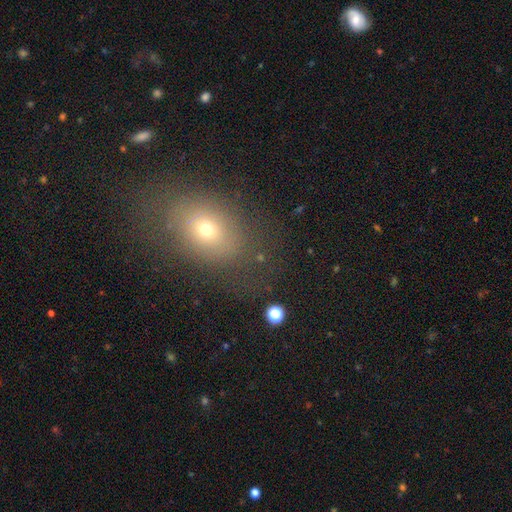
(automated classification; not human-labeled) The model was most divided on "how rounded": in between: 64%, round: 34%, cigar-shaped: 2%. More confident: merging — none (76%); smooth or featured — smooth (60%).